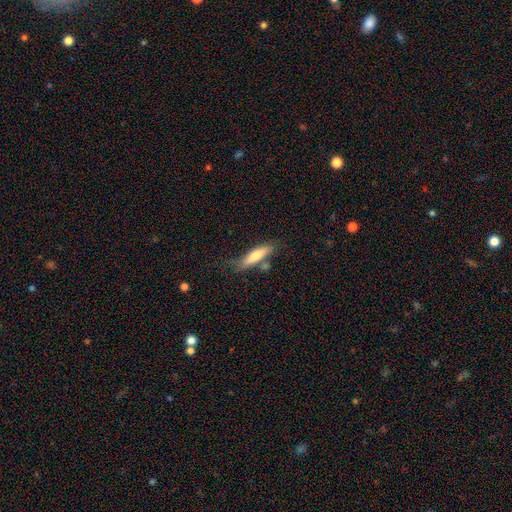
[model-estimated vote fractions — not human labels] Smooth or featured?
  - smooth: 66% *
  - featured or disk: 28%
  - star or artifact: 6%
How rounded?
  - cigar-shaped: 72% *
  - in between: 26%
  - round: 2%
Merging?
  - none: 63% *
  - minor disturbance: 20%
  - merger: 11%
  - major disturbance: 6%